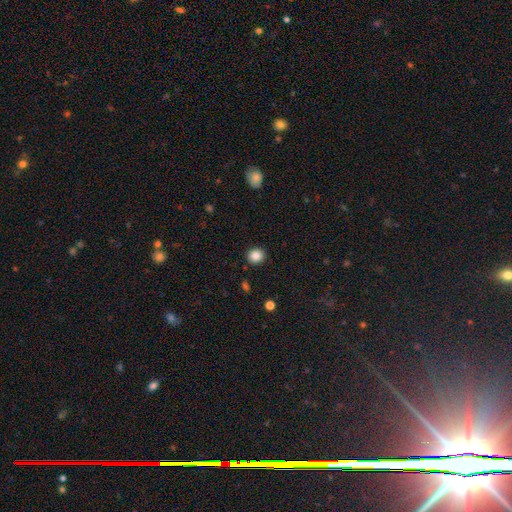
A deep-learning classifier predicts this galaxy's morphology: A smooth galaxy with no disk features (86%) that is round (86%). Merging: none (91%).